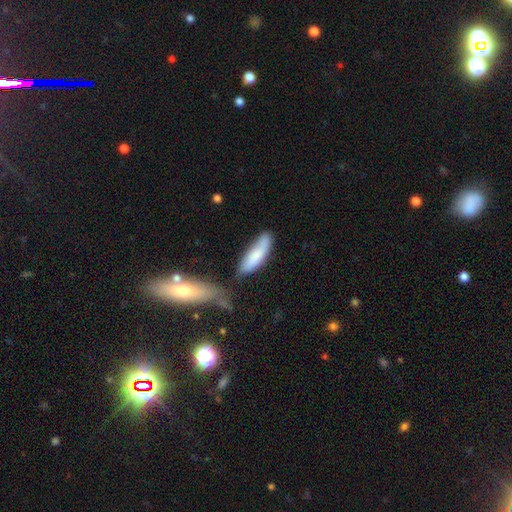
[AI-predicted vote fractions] Overall: smooth (76%). How rounded: cigar-shaped (50%; in between 48%). Merging: none (54%; minor disturbance 25%).